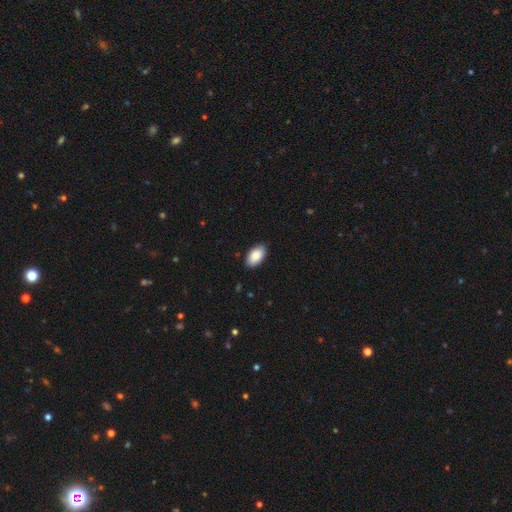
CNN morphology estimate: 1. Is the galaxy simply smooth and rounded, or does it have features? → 88% smooth, 6% featured or disk, 6% star or artifact.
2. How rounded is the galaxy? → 95% in between, 3% round, 2% cigar-shaped.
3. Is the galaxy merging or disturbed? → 88% none, 10% minor disturbance, 2% major disturbance, 1% merger.